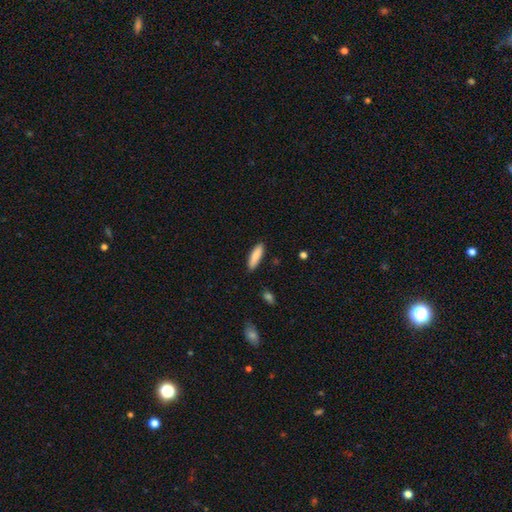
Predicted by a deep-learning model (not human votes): Smooth or featured? smooth (85%)
How rounded? cigar-shaped (62%)
Merging? none (87%)